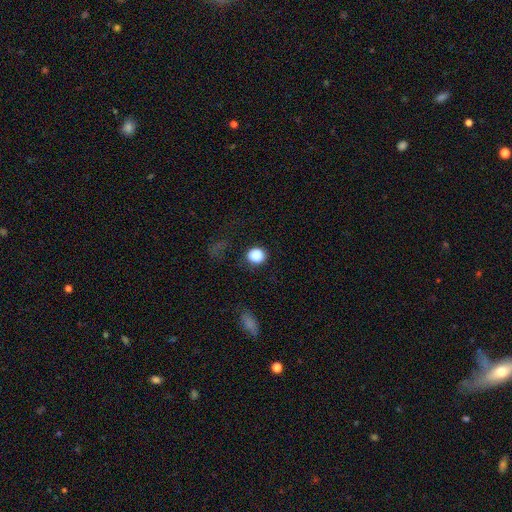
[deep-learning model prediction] The model was most divided on "merging": none: 80%, minor disturbance: 12%, major disturbance: 6%, merger: 2%. More confident: smooth or featured — smooth (87%); how rounded — round (86%).